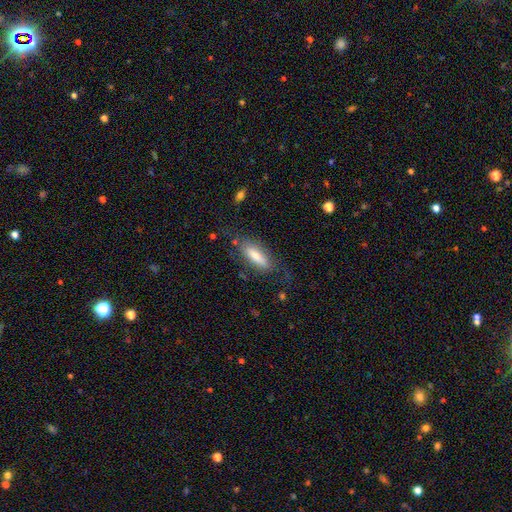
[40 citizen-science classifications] smooth 48% (tied), featured or disk 48% (tied), star or artifact 5%. Down the decision tree: how rounded — cigar-shaped (58%); merging — none (61%).